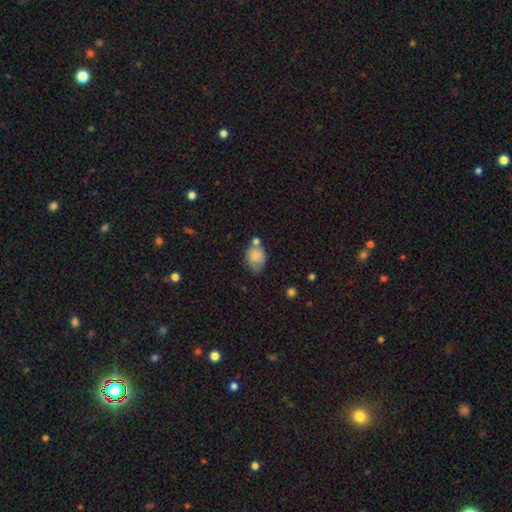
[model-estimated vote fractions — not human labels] Smooth or featured: smooth — 79% (featured or disk — 13%)
How rounded: in between — 69% (round — 30%)
Merging: none — 47% (minor disturbance — 27%)